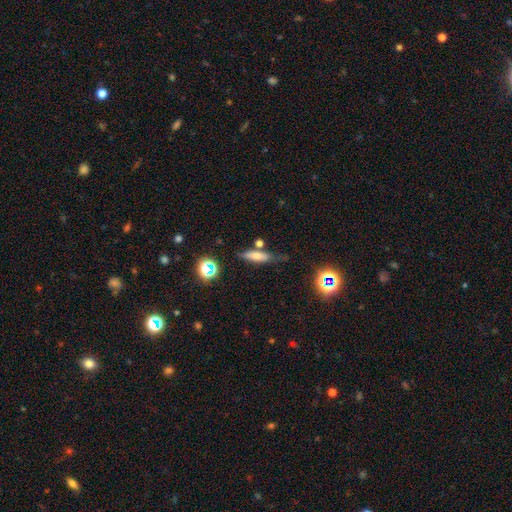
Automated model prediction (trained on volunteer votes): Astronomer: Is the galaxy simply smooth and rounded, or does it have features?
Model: smooth — 58%.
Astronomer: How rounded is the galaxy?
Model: cigar-shaped — 59% (runner-up: in between, 36%).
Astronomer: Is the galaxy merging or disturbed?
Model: none — 61%.